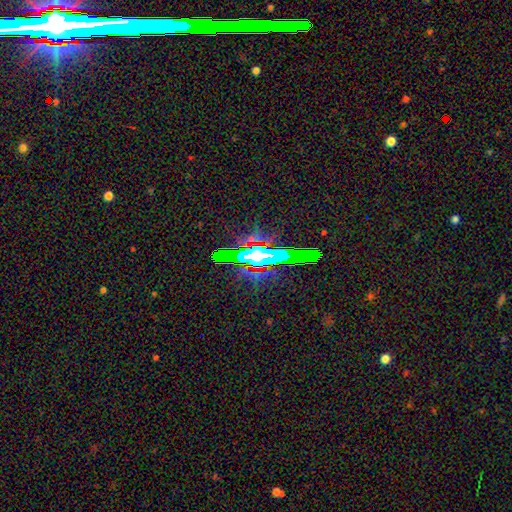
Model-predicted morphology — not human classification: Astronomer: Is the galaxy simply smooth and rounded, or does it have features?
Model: star or artifact — 56%.